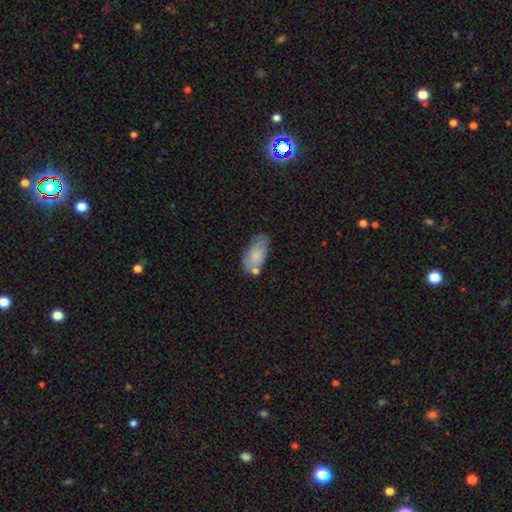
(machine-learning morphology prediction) Overall: smooth (78%). How rounded: in between (92%). Merging: none (57%; minor disturbance 23%).